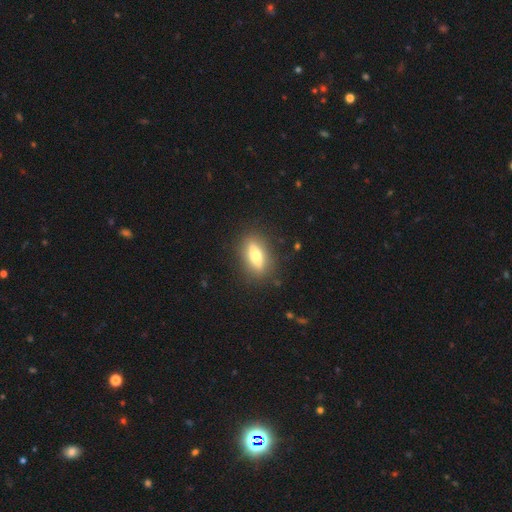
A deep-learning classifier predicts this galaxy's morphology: The model was most divided on "smooth or featured": smooth: 58%, featured or disk: 34%, star or artifact: 8%. More confident: merging — none (86%); how rounded — in between (60%).